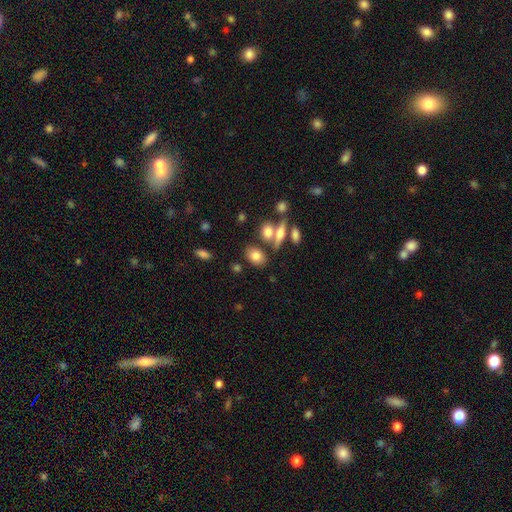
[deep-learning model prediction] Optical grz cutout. It shows a smooth galaxy with no disk features (77%) that is in between round and cigar-shaped (78%). Merging: none (67%).